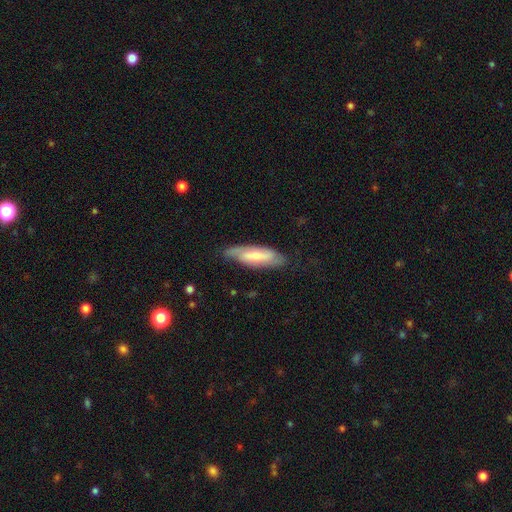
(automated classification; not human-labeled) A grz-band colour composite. It shows a featured or disk galaxy (56%). Merging: none (69%).